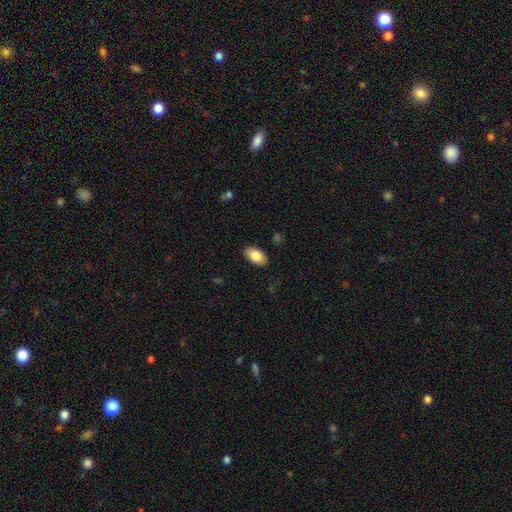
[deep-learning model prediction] This is clearly a smooth galaxy (83%). How rounded: clearly in between (94%). Merging: clearly none (87%).